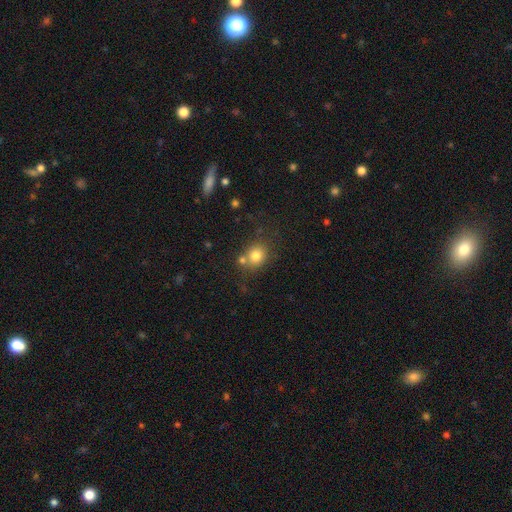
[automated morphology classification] Q: Smooth or featured?
A: smooth (79%); runner-up: star or artifact (12%)
Q: How rounded?
A: round (76%); runner-up: in between (23%)
Q: Merging?
A: none (63%); runner-up: merger (20%)